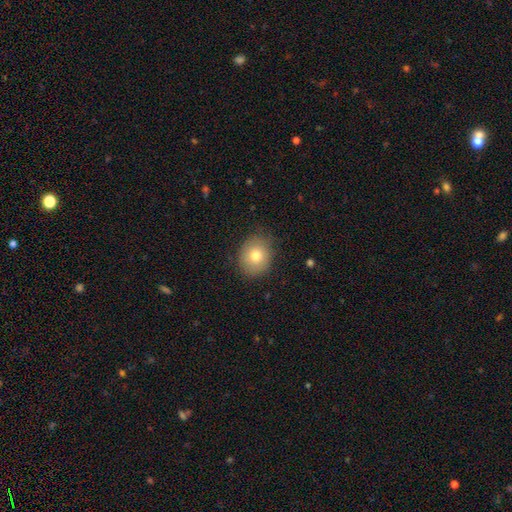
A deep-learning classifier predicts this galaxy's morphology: This appears to be a smooth galaxy with no disk features (76%) that is round (69%). Merging: none (81%).